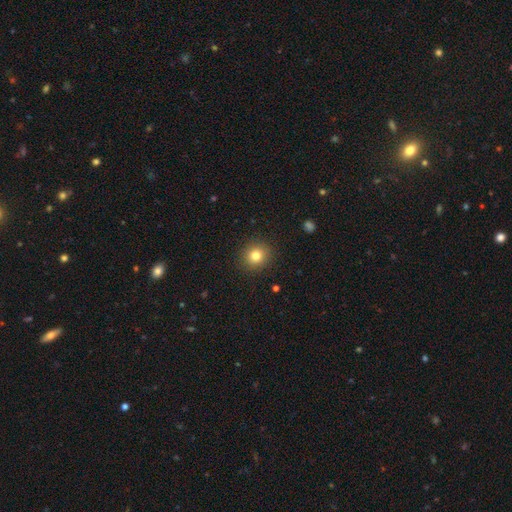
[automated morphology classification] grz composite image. It shows a smooth galaxy with no disk features (80%) that is round (88%). Merging: none (91%).